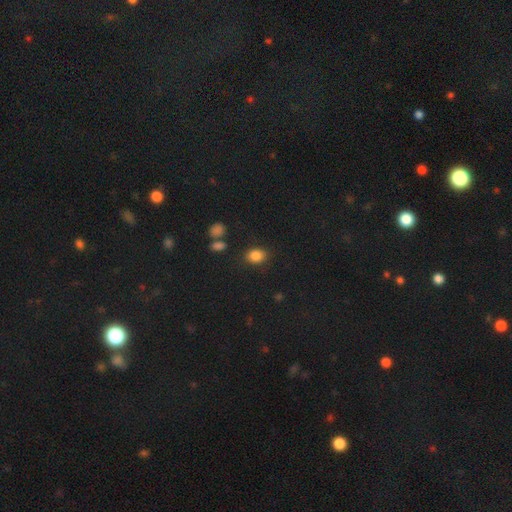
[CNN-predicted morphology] Overall: smooth (84%). How rounded: in between (57%; round 41%). Merging: none (82%).